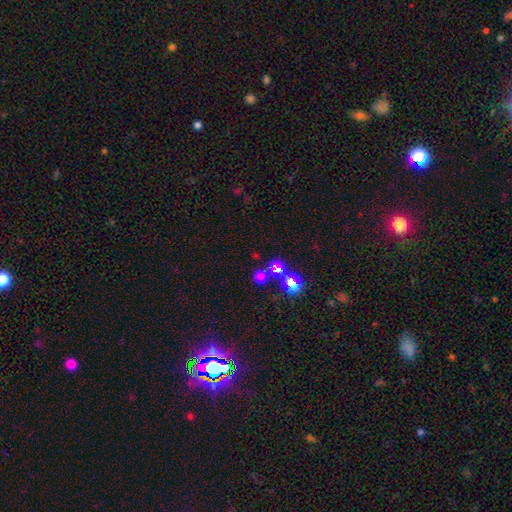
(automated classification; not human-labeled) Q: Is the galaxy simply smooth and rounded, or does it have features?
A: smooth — 55%.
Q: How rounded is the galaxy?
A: round — 88%.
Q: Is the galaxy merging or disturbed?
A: none — 75%.